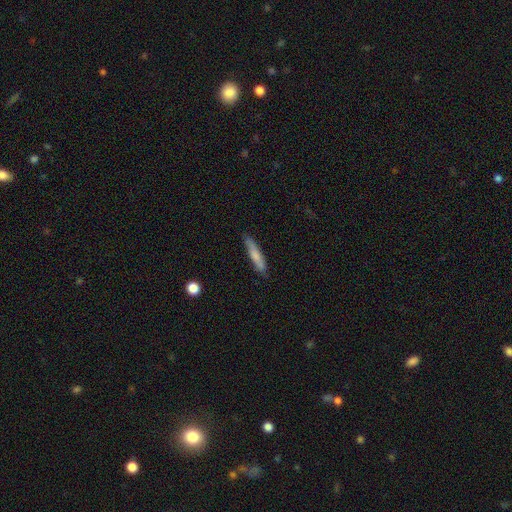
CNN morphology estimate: This is likely a smooth galaxy (74%). How rounded: clearly cigar-shaped (89%). Merging: clearly none (82%).